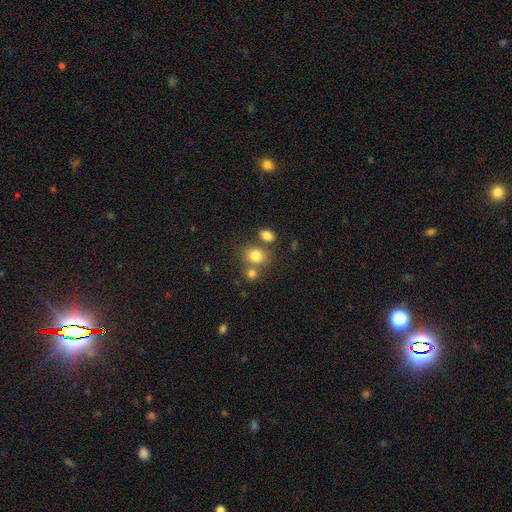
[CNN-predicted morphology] type=smooth (80%); roundness=round (61%); merging=none (57%).